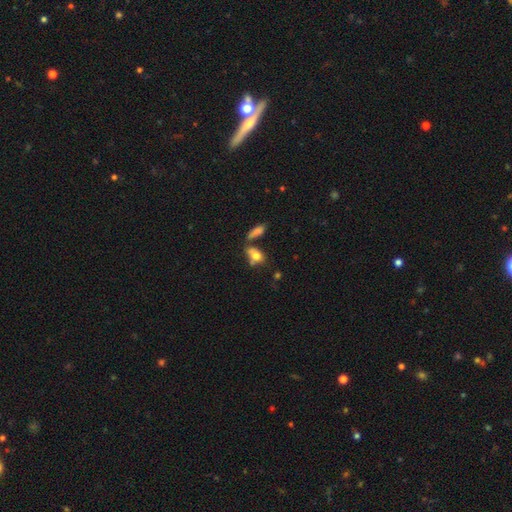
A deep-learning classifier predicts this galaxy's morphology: type=smooth (74%); roundness=in between (72%); merging=none (39%).